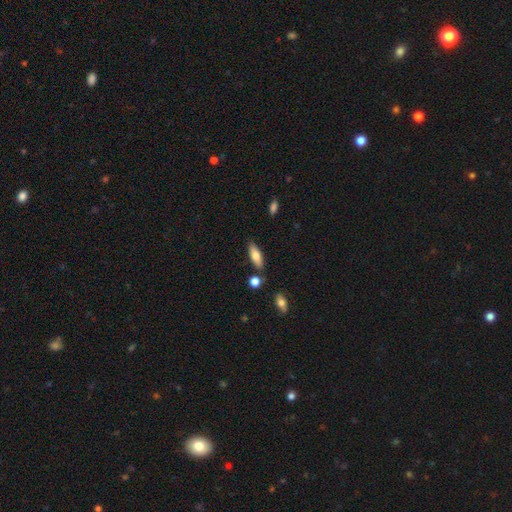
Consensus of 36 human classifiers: Volunteers were most divided on "how rounded": in between: 69%, cigar-shaped: 31%, round: 0%. More confident: merging — none (79%); smooth or featured — smooth (72%).